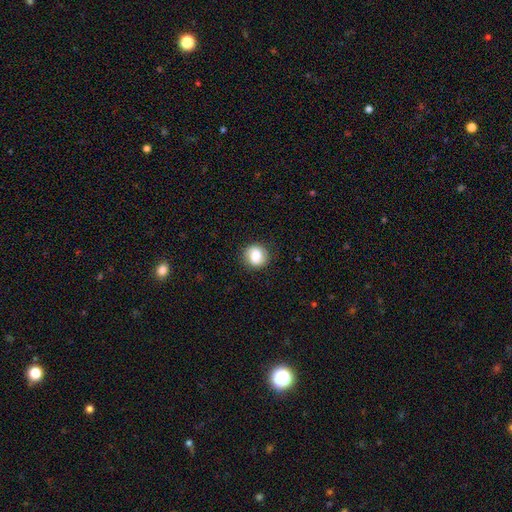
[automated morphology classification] smooth_or_featured: smooth (p=0.71) [alt: featured or disk p=0.20]
how_rounded: round (p=0.83) [alt: in between p=0.16]
merging: none (p=0.84) [alt: minor disturbance p=0.11]